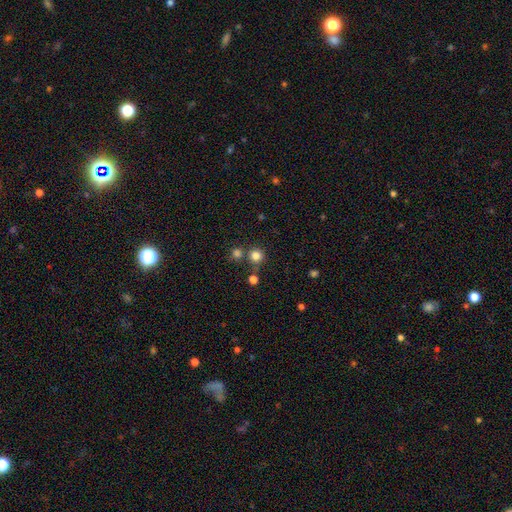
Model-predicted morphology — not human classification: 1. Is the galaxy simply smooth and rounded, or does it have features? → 80% smooth, 15% star or artifact, 5% featured or disk.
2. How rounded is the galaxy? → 94% round, 5% in between, 1% cigar-shaped.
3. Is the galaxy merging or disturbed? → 73% none, 16% merger, 7% minor disturbance, 3% major disturbance.